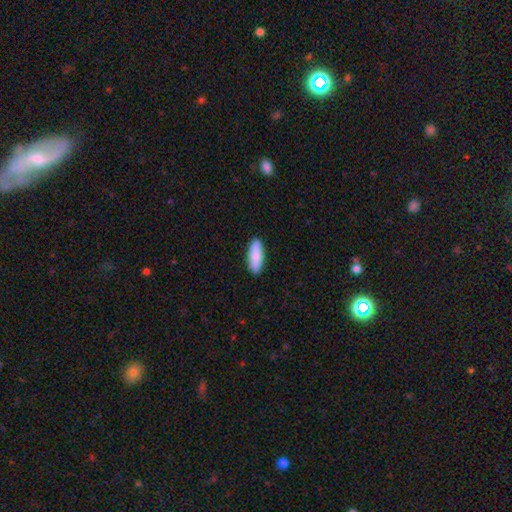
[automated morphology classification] A smooth galaxy with no disk features (84%) that is in between round and cigar-shaped (64%). Merging: none (90%).